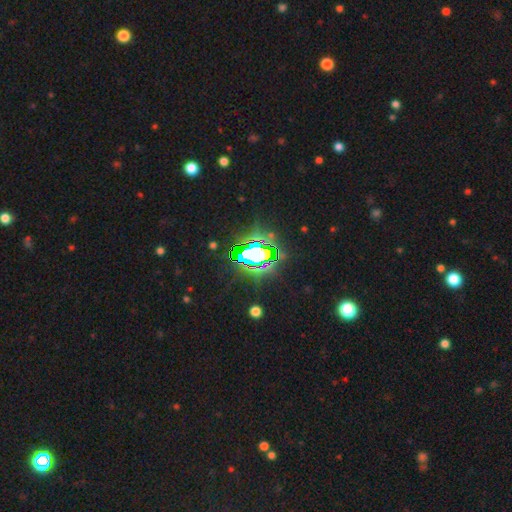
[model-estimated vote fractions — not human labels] smooth_or_featured: star or artifact (p=0.73) [alt: smooth p=0.14]